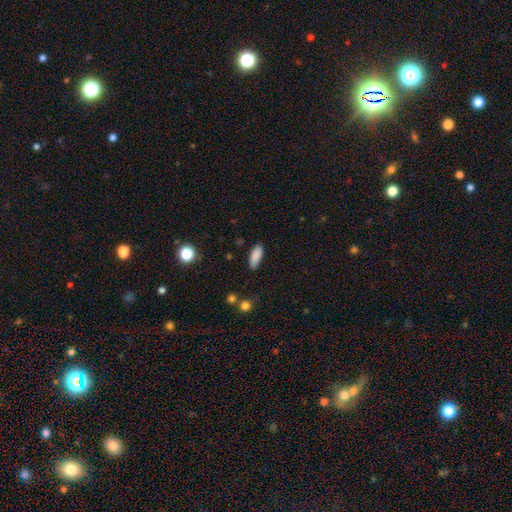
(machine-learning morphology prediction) Smooth or featured? Predicted: smooth (p=0.87). How rounded? Predicted: in between (p=0.74). Merging? Predicted: none (p=0.83).